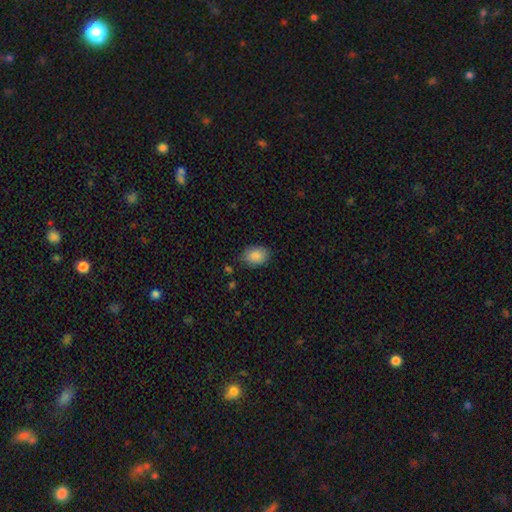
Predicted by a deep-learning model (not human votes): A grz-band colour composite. It shows a smooth galaxy with no disk features (88%) that is in between round and cigar-shaped (73%). Merging: none (81%).